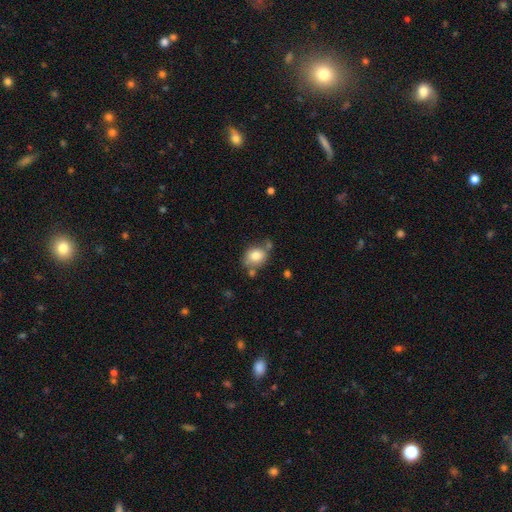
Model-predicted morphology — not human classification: type=smooth (78%); roundness=round (61%); merging=none (60%).